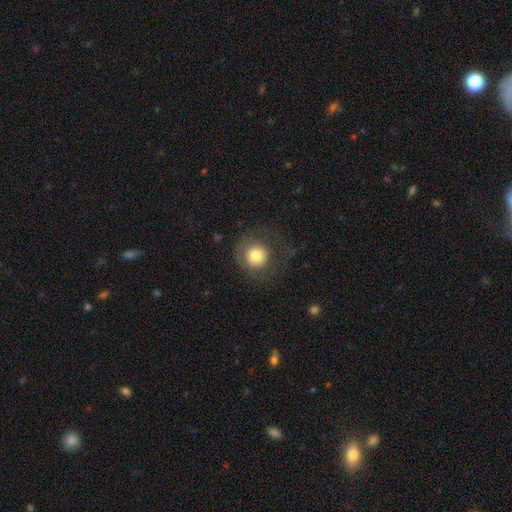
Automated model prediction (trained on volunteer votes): Overall: smooth (73%). How rounded: round (92%). Merging: none (59%; major disturbance 23%).